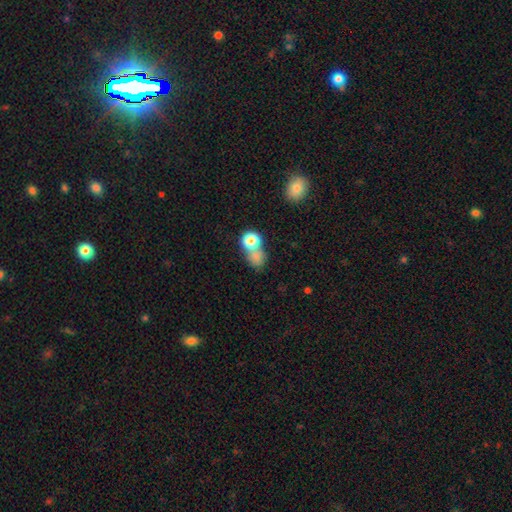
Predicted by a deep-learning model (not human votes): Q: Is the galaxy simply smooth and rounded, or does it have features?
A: smooth — 75%.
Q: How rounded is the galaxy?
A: round — 65%.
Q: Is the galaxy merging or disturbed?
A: merger — 49%.